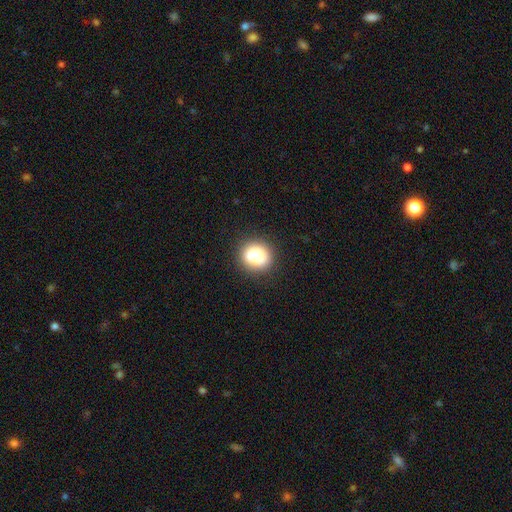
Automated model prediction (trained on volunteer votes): This is clearly a smooth galaxy (83%). How rounded: likely round (66%). Merging: clearly none (88%).